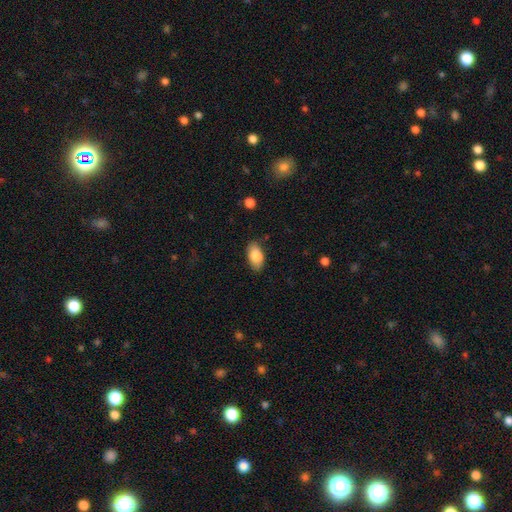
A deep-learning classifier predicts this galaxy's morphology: Smooth or featured: smooth — 85% (featured or disk — 9%)
How rounded: in between — 93% (round — 4%)
Merging: none — 80% (minor disturbance — 15%)